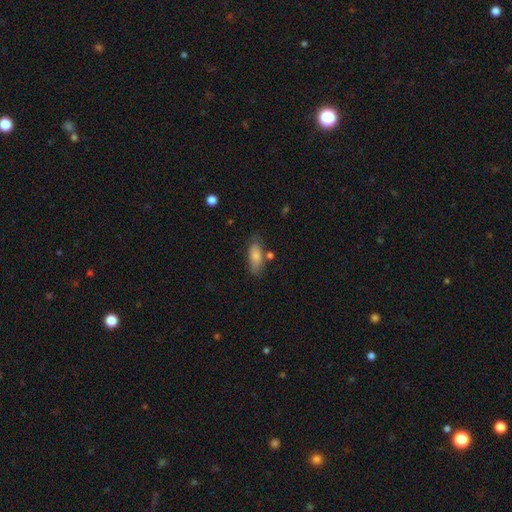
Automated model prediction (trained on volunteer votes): Smooth or featured?
  - smooth: 81% *
  - featured or disk: 12%
  - star or artifact: 7%
How rounded?
  - in between: 76% *
  - cigar-shaped: 22%
  - round: 3%
Merging?
  - none: 67% *
  - minor disturbance: 20%
  - merger: 8%
  - major disturbance: 6%